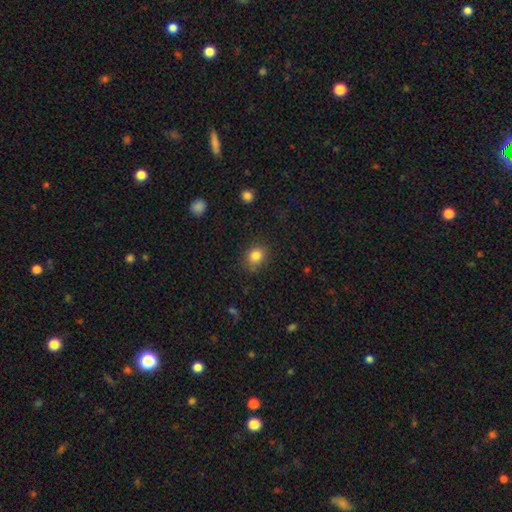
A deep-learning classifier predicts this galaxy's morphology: Overall: smooth (83%). How rounded: round (67%; in between 32%). Merging: none (82%).